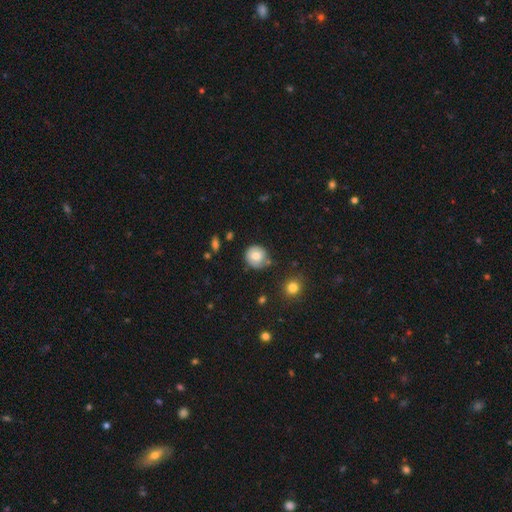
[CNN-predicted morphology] This appears to be a smooth galaxy with no disk features (73%) that is round (92%). Merging: none (73%).